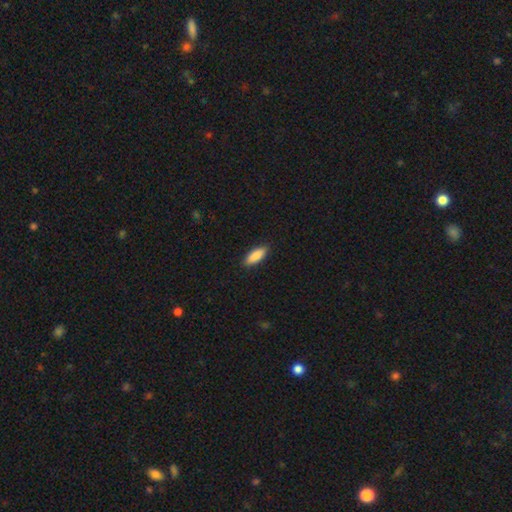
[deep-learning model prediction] smooth 87%, featured or disk 7%, star or artifact 6%. Down the decision tree: how rounded — in between (66%); merging — none (89%).